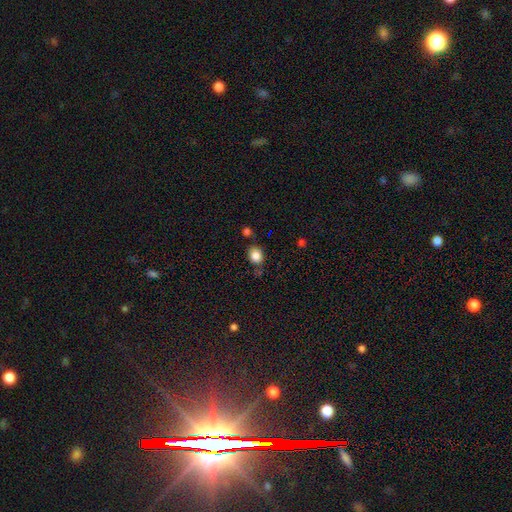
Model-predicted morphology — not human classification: smooth 84%, star or artifact 10%, featured or disk 6%. Down the decision tree: how rounded — round (56%); merging — none (70%).